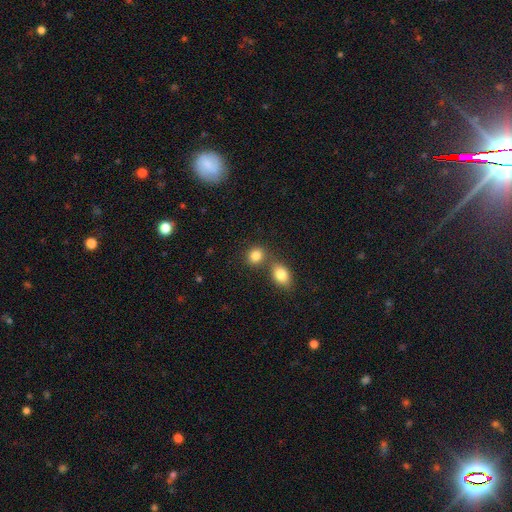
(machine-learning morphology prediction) smooth 83%, star or artifact 10%, featured or disk 7%. Down the decision tree: how rounded — round (66%); merging — none (53%).